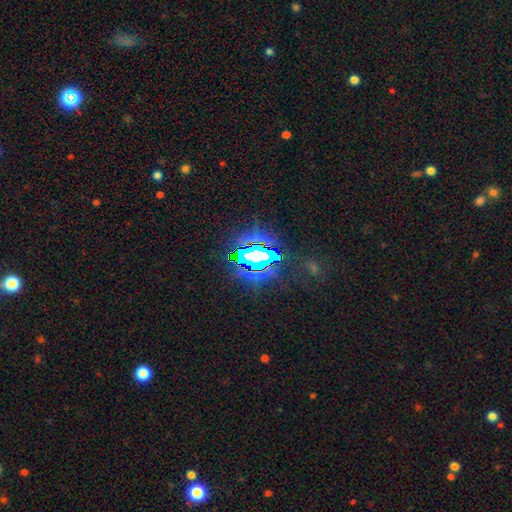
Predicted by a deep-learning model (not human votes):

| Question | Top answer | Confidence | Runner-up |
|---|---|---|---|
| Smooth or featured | star or artifact | 66% | smooth (19%) |